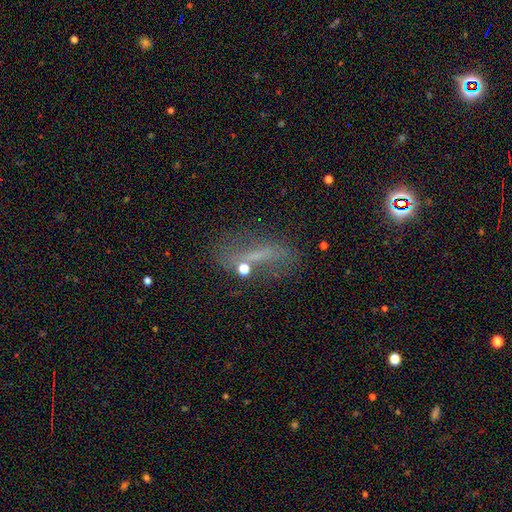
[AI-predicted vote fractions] This is marginally a smooth galaxy (39%). Merging: possibly none (56%).